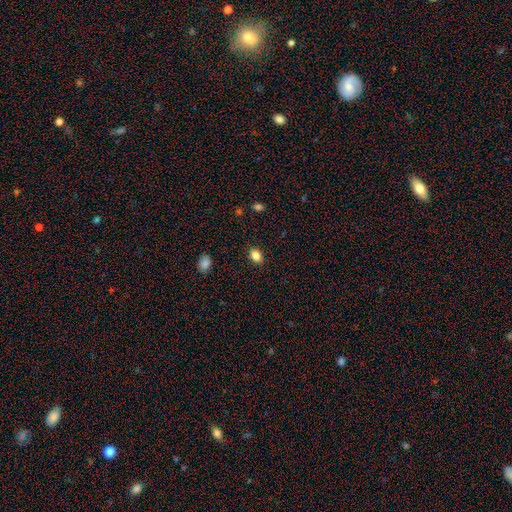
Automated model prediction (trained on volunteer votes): Smooth or featured? smooth (85%)
How rounded? in between (68%)
Merging? none (88%)